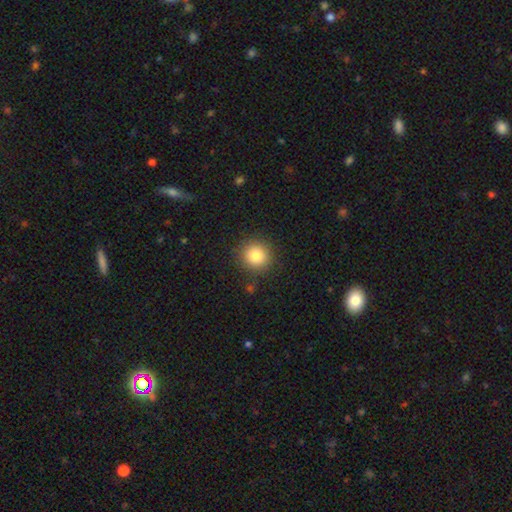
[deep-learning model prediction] Smooth or featured? Predicted: smooth (p=0.82). How rounded? Predicted: round (p=0.92). Merging? Predicted: none (p=0.89).